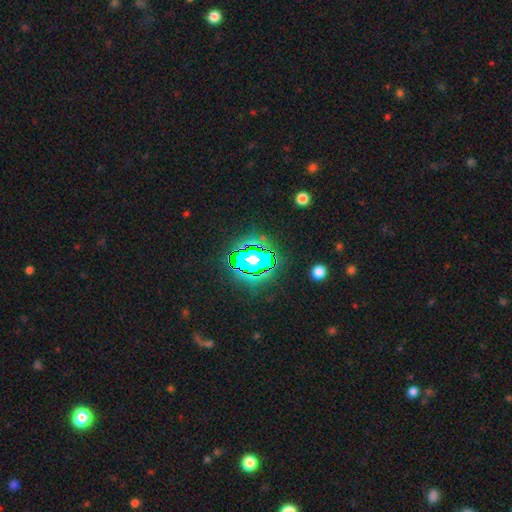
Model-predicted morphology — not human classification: Q: Smooth or featured?
A: star or artifact (80%); runner-up: smooth (12%)